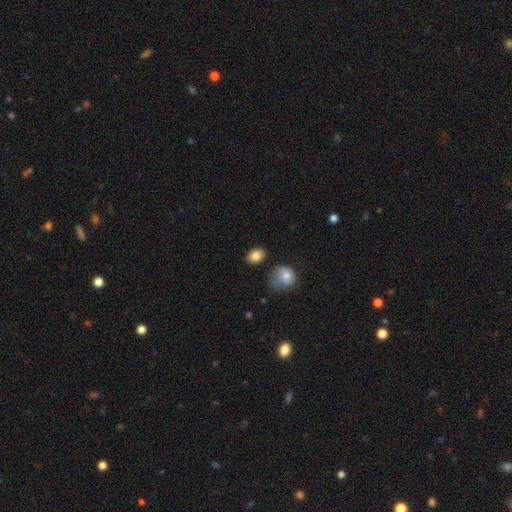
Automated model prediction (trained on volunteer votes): This is clearly a smooth galaxy (84%). How rounded: likely in between (73%). Merging: likely none (78%).